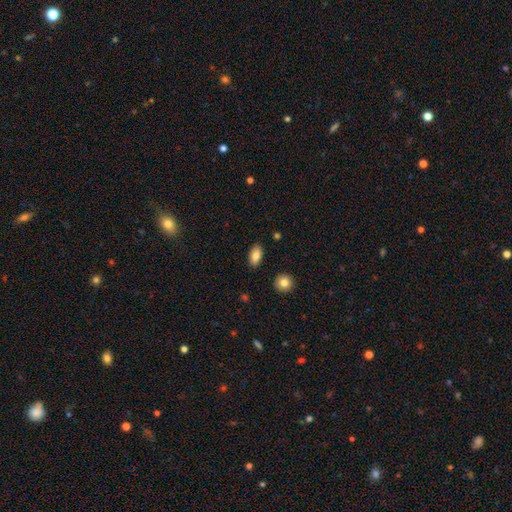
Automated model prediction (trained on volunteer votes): smooth-or-featured: smooth: 83% | featured or disk: 9% | star or artifact: 8%
  how-rounded: in between: 91% | round: 5% | cigar-shaped: 4%
  merging: none: 88% | minor disturbance: 8% | major disturbance: 2% | merger: 2%